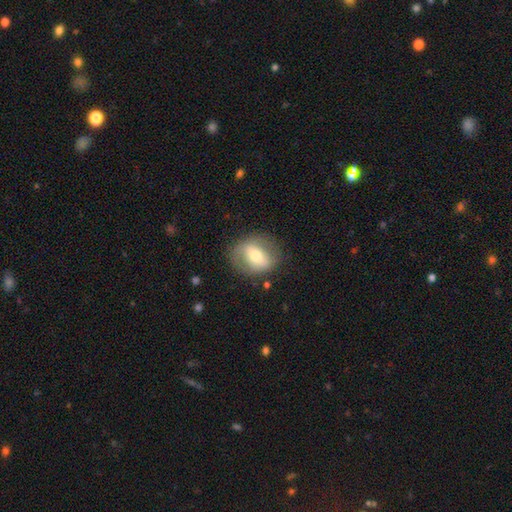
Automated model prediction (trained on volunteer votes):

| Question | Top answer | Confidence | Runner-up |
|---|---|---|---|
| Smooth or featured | smooth | 46% | tied: featured or disk (46%) |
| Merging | none | 77% | minor disturbance (15%) |